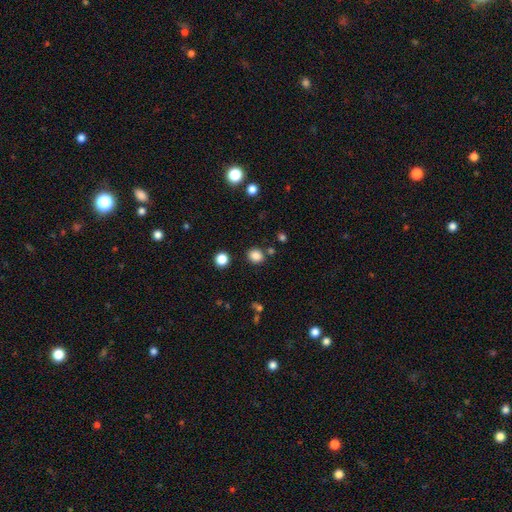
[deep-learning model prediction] A smooth galaxy with no disk features (84%) that is round (77%). Merging: none (83%).